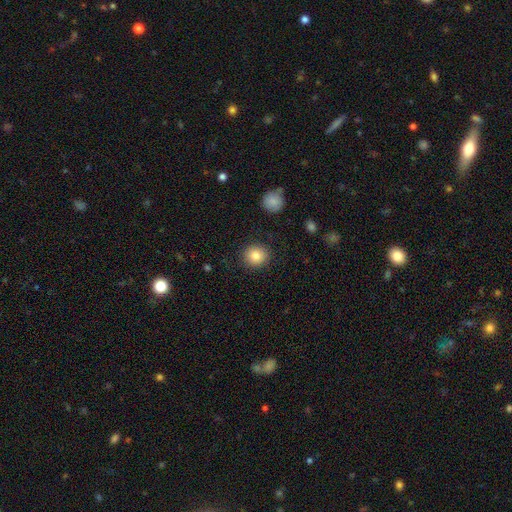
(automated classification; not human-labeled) The model was most divided on "how rounded": round: 85%, in between: 14%, cigar-shaped: 1%. More confident: merging — none (89%); smooth or featured — smooth (83%).